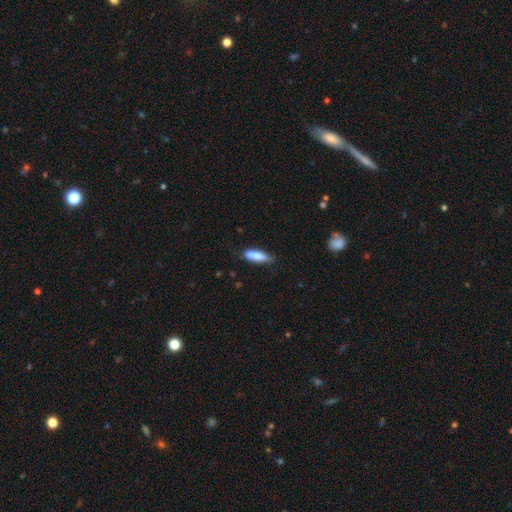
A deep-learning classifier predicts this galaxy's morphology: smooth_or_featured: smooth (p=0.82) [alt: featured or disk p=0.11]
how_rounded: cigar-shaped (p=0.51) [alt: in between p=0.47]
merging: none (p=0.65) [alt: minor disturbance p=0.24]